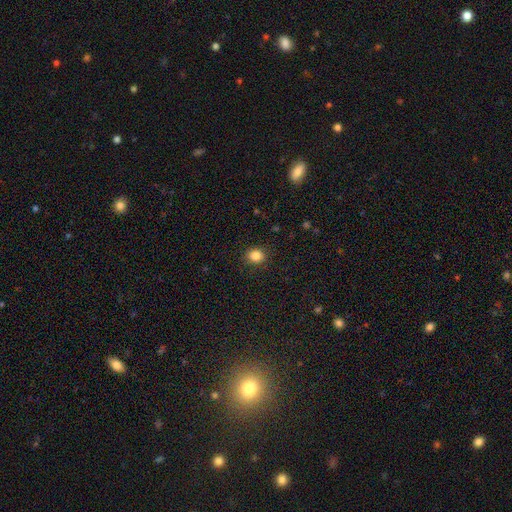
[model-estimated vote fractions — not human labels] smooth_or_featured: smooth (p=0.85) [alt: star or artifact p=0.11]
how_rounded: round (p=0.75) [alt: in between p=0.24]
merging: none (p=0.89) [alt: minor disturbance p=0.07]